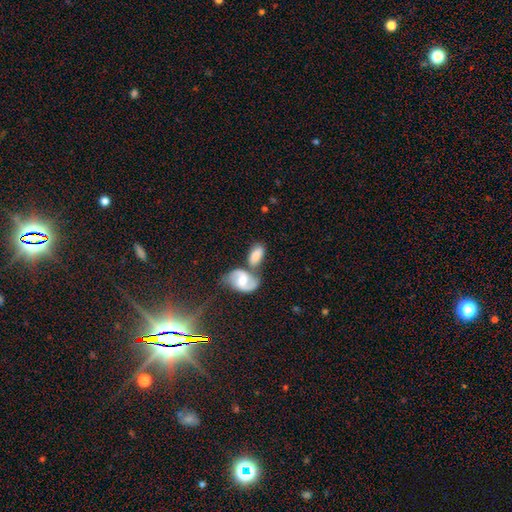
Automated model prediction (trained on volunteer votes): This is possibly a smooth galaxy (53%). How rounded: clearly in between (88%). Merging: marginally merger (41%, tied with none).